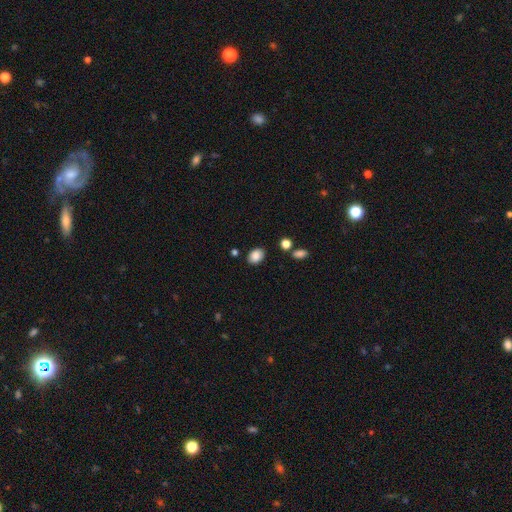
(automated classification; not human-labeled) The model was most divided on "how rounded": in between: 77%, round: 22%, cigar-shaped: 1%. More confident: smooth or featured — smooth (86%); merging — none (82%).